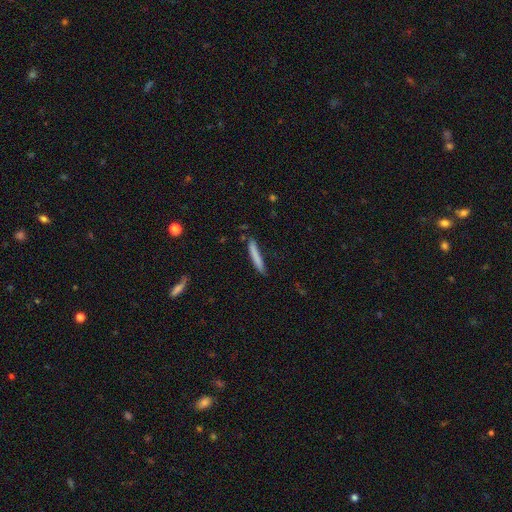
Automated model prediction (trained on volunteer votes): Q: Smooth or featured?
A: smooth (78%); runner-up: featured or disk (16%)
Q: How rounded?
A: cigar-shaped (95%); runner-up: in between (4%)
Q: Merging?
A: none (81%); runner-up: minor disturbance (14%)